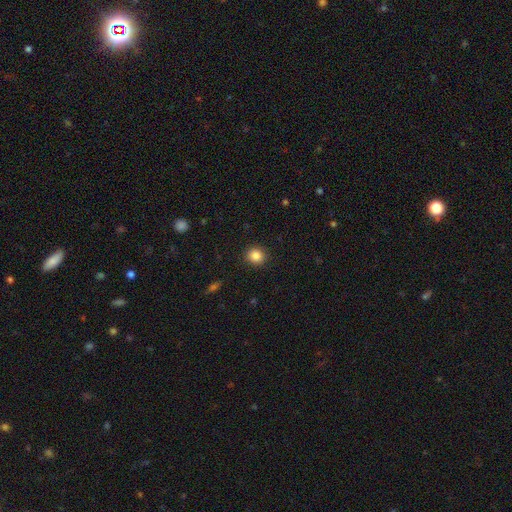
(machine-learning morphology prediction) This is clearly a smooth galaxy (86%). How rounded: clearly round (83%). Merging: clearly none (90%).